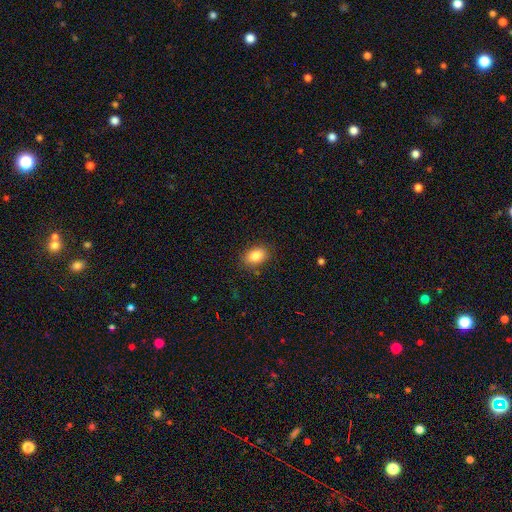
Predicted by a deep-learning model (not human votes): Smooth or featured?
  - smooth: 85% *
  - star or artifact: 9%
  - featured or disk: 6%
How rounded?
  - in between: 80% *
  - round: 18%
  - cigar-shaped: 1%
Merging?
  - none: 85% *
  - minor disturbance: 11%
  - major disturbance: 3%
  - merger: 1%